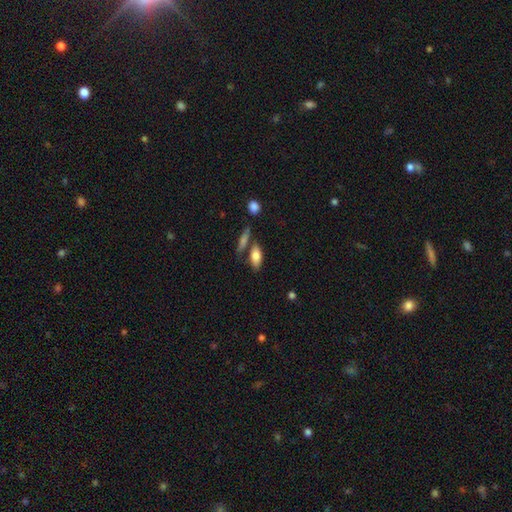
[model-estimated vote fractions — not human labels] This is likely a smooth galaxy (80%). How rounded: clearly in between (83%). Merging: likely none (63%).